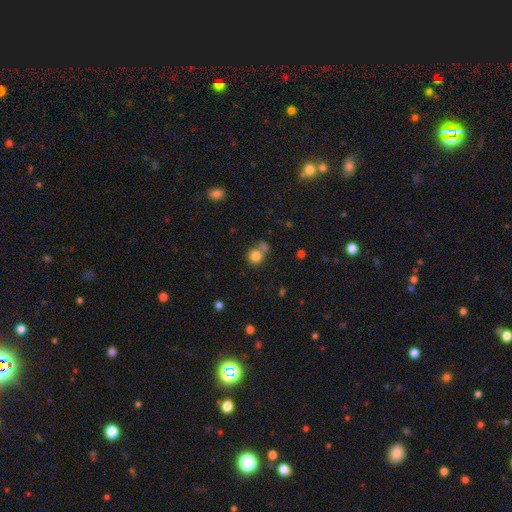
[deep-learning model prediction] Smooth or featured? smooth (82%)
How rounded? round (85%)
Merging? none (54%)